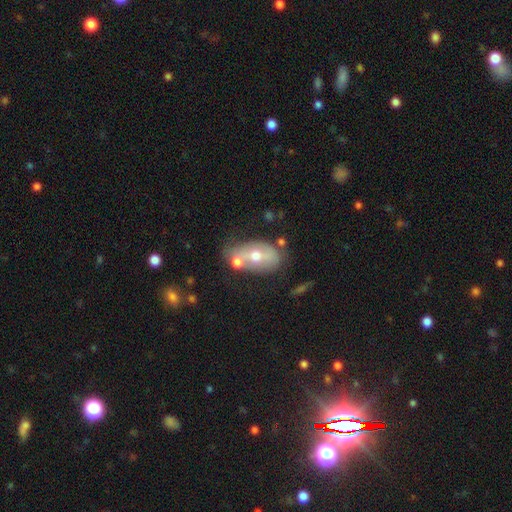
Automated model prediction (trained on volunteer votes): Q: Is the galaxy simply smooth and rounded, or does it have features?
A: featured or disk — 49%.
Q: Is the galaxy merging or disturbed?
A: none — 46%.